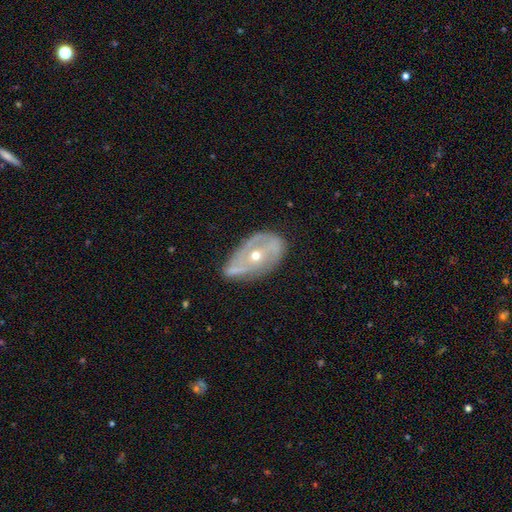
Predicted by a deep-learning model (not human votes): A featured or disk galaxy (75%) with no bar (63%), spiral arms (70%) and a moderate central bulge (56%). Merging: none (50%).